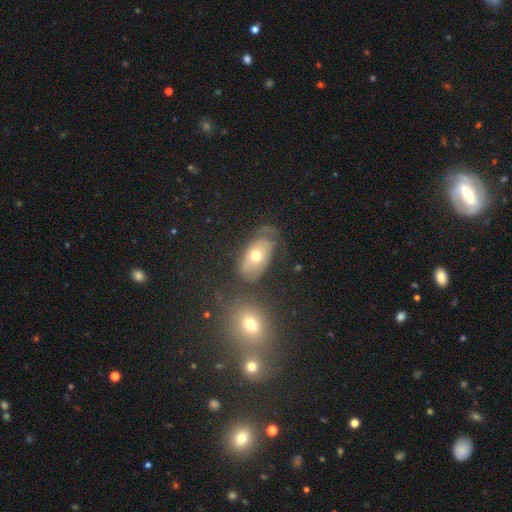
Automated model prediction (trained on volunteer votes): This is possibly a smooth galaxy (50%). How rounded: clearly in between (88%). Merging: possibly none (53%).